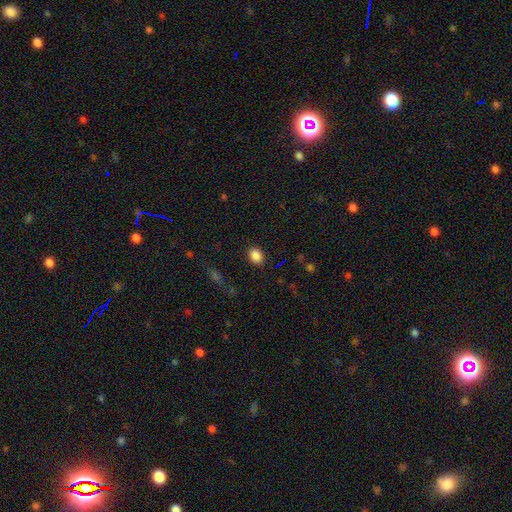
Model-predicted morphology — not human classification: Smooth or featured: smooth — 87% (star or artifact — 10%)
How rounded: in between — 58% (round — 41%)
Merging: none — 87% (minor disturbance — 8%)